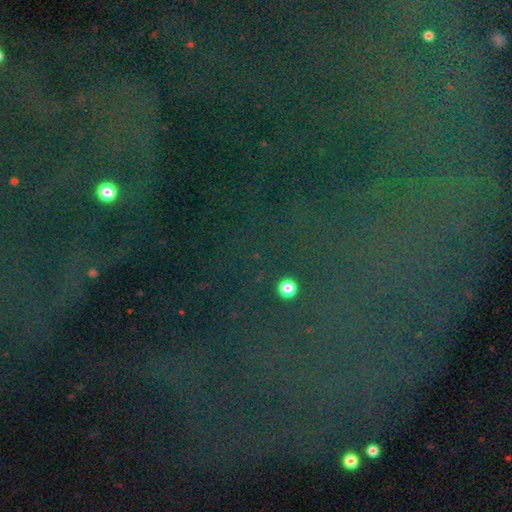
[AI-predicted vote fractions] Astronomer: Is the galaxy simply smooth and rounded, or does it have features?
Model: star or artifact — 81%.